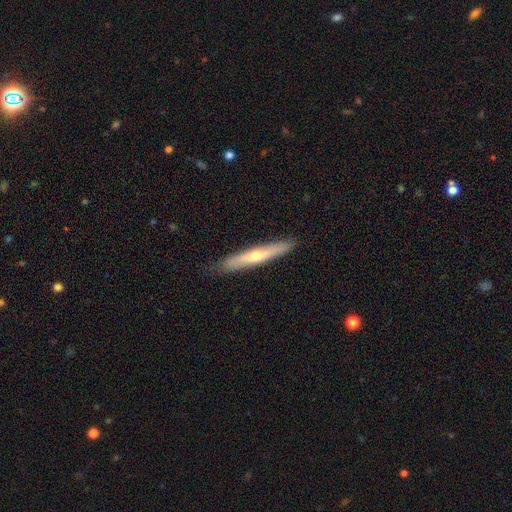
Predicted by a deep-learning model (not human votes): smooth-or-featured: featured or disk: 55% | smooth: 40% | star or artifact: 6%
  disk-edge-on: yes: 89% | no: 11%
  merging: none: 87% | minor disturbance: 11% | major disturbance: 2% | merger: 1%